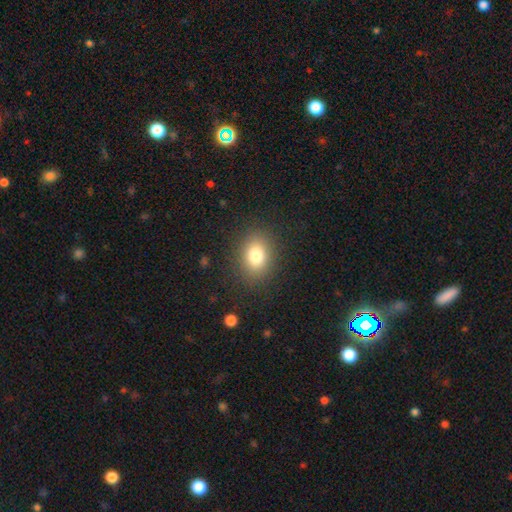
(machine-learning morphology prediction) Smooth or featured? Predicted: smooth (p=0.80). How rounded? Predicted: in between (p=0.62). Merging? Predicted: none (p=0.86).